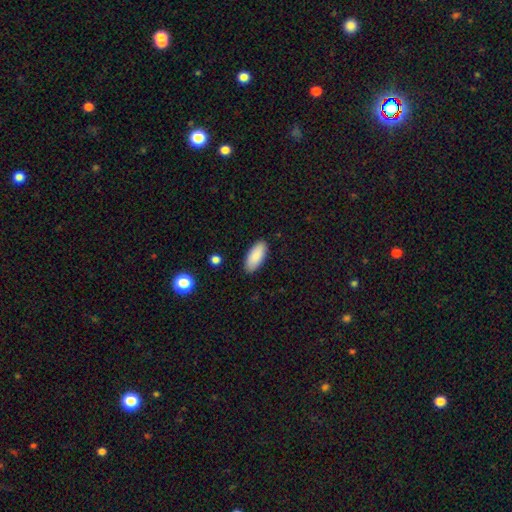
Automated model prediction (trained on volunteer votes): smooth-or-featured: smooth: 88% | star or artifact: 6% | featured or disk: 6%
  how-rounded: in between: 88% | cigar-shaped: 11% | round: 2%
  merging: none: 89% | minor disturbance: 8% | major disturbance: 2% | merger: 1%